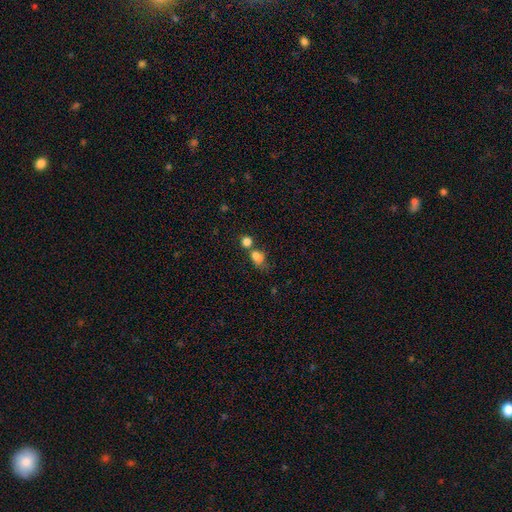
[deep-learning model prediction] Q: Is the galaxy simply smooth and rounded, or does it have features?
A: smooth — 77%.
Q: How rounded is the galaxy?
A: round — 58%.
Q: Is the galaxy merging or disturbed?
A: merger — 43%.